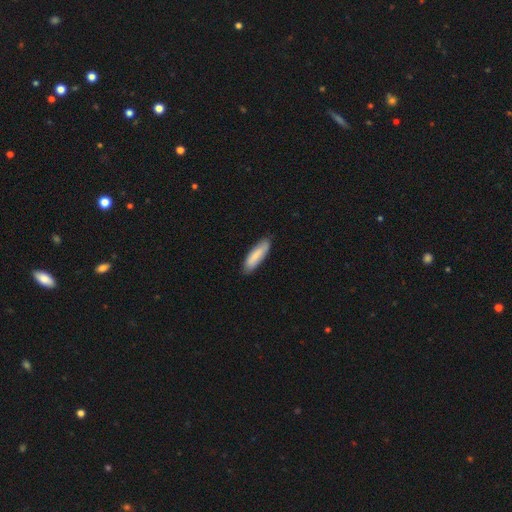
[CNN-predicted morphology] This appears to be a smooth galaxy with no disk features (82%) that is cigar-shaped (59%). Merging: none (85%).